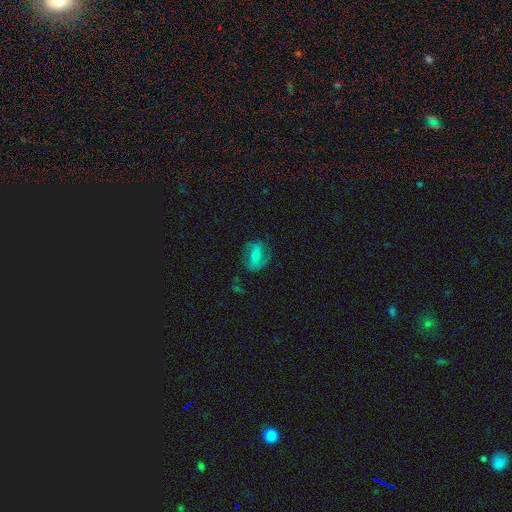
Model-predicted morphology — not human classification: Q: Smooth or featured?
A: featured or disk (58%); runner-up: smooth (33%)
Q: Edge-on disk?
A: no (95%); runner-up: yes (5%)
Q: Bar?
A: weak (38%); runner-up: no (32%)
Q: Spiral arms?
A: yes (80%); runner-up: no (20%)
Q: Bulge size?
A: moderate (50%); runner-up: small (39%)
Q: Merging?
A: none (70%); runner-up: minor disturbance (18%)